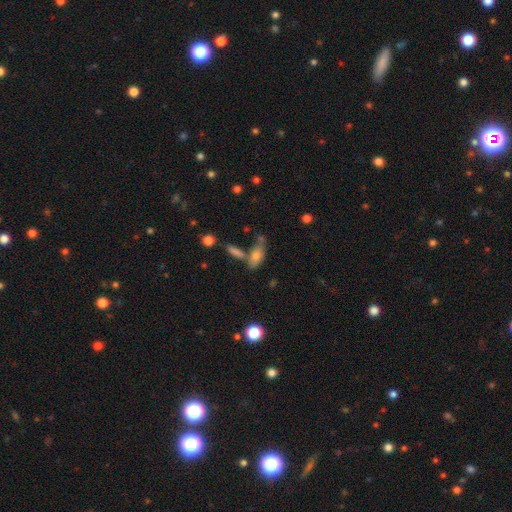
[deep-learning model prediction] Smooth or featured? smooth (73%)
How rounded? in between (78%)
Merging? none (52%)